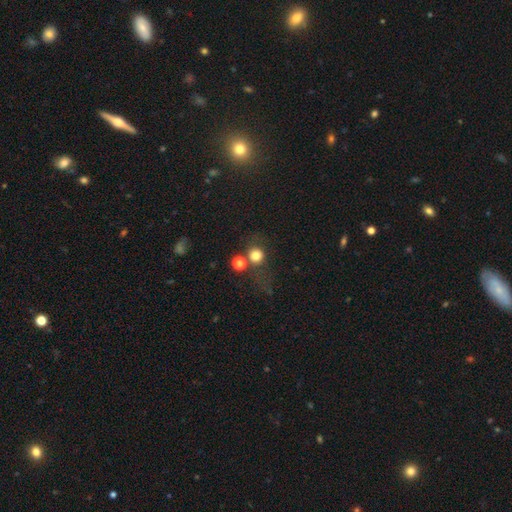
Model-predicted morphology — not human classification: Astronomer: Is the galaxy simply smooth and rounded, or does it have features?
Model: smooth — 76%.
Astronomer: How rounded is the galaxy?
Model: round — 87%.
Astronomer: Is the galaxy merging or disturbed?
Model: none — 62%.